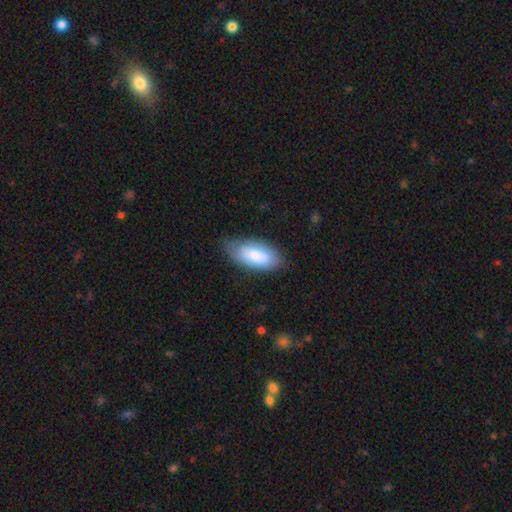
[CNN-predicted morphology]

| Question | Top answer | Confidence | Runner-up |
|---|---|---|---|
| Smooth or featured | smooth | 77% | featured or disk (17%) |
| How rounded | in between | 90% | cigar-shaped (8%) |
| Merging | none | 72% | minor disturbance (21%) |